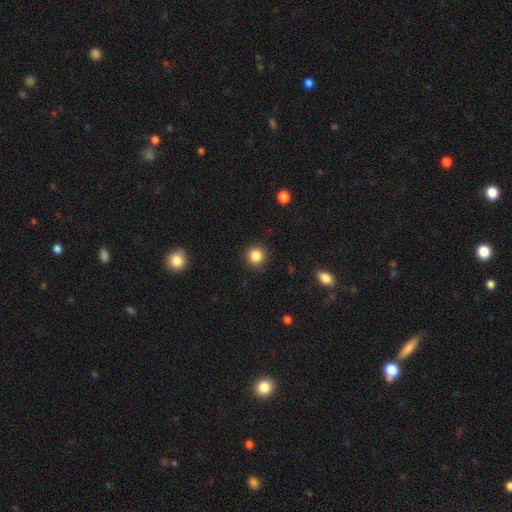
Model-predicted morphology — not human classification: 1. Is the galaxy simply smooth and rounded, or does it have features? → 85% smooth, 11% star or artifact, 4% featured or disk.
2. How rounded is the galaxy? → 94% round, 5% in between, 1% cigar-shaped.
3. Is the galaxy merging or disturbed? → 90% none, 7% minor disturbance, 2% major disturbance, 1% merger.